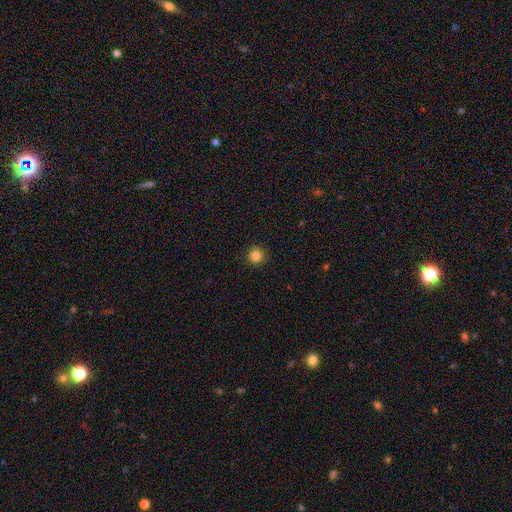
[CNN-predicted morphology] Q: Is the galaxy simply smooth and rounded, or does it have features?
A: smooth — 85%.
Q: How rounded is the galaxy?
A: round — 96%.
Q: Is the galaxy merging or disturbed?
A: none — 92%.